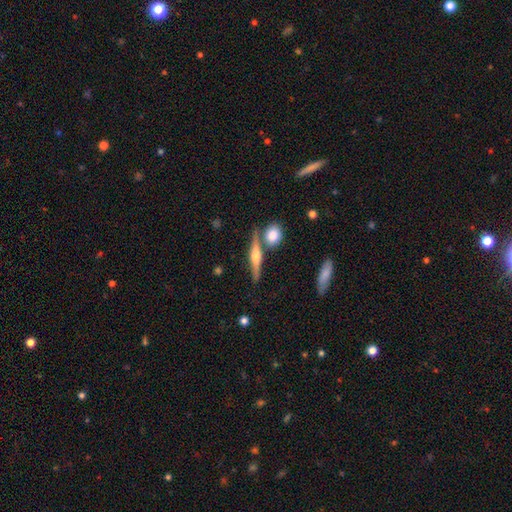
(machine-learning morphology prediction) A featured or disk galaxy (69%) viewed edge-on (96%) with a rounded central bulge (90%). Merging: none (76%).